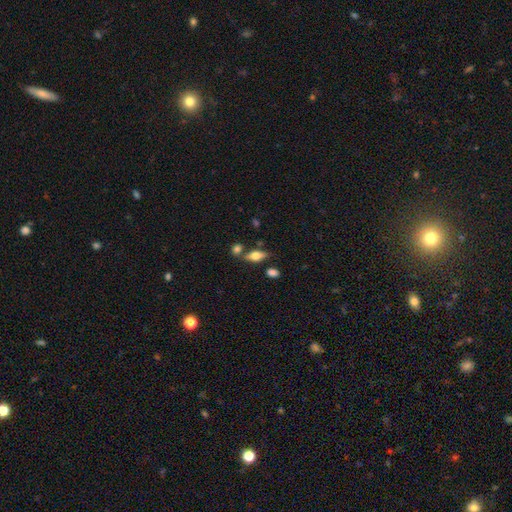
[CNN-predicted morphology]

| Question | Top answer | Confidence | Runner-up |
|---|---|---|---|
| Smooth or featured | smooth | 52% | featured or disk (39%) |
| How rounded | in between | 71% | cigar-shaped (24%) |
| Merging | none | 71% | minor disturbance (13%) |